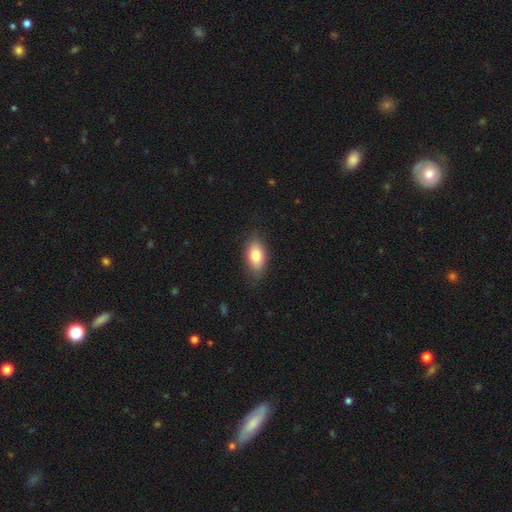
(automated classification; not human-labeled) A smooth galaxy with no disk features (80%) that is in between round and cigar-shaped (89%).

Vote fractions:
- Smooth or featured? smooth: 80% / featured or disk: 13% / star or artifact: 7%
- How rounded? in between: 89% / round: 6% / cigar-shaped: 5%
- Merging? none: 83% / minor disturbance: 13% / major disturbance: 3% / merger: 1%